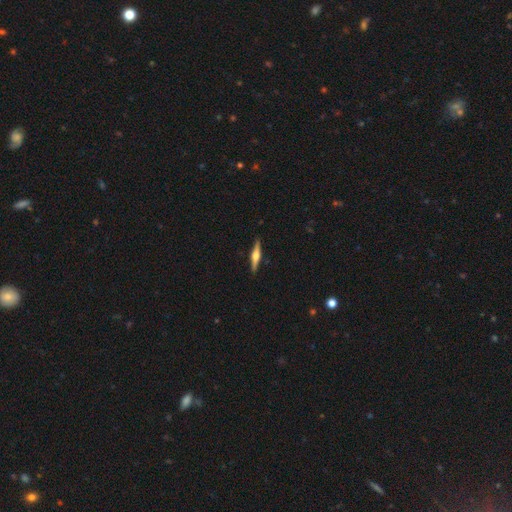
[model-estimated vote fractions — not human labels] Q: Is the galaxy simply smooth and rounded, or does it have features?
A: featured or disk — 70%.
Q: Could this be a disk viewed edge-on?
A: yes — 98%.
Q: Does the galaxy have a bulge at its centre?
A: rounded — 88%.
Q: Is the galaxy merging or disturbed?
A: none — 90%.